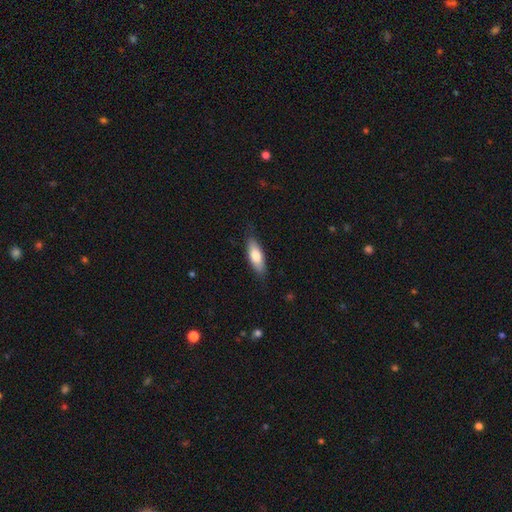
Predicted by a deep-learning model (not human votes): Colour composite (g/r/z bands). It shows a smooth galaxy with no disk features (74%) that is in between round and cigar-shaped (63%). Merging: none (82%).